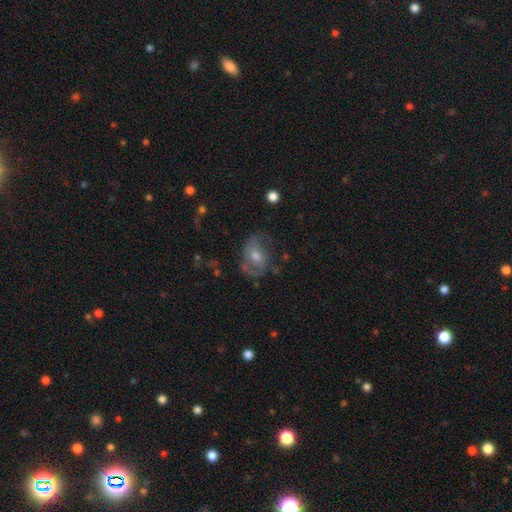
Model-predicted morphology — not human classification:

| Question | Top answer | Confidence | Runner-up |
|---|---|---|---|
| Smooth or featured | featured or disk | 59% | smooth (30%) |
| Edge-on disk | no | 96% | yes (4%) |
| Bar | no | 52% | weak (37%) |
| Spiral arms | yes | 66% | no (34%) |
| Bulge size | moderate | 58% | small (28%) |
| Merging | none | 53% | minor disturbance (23%) |